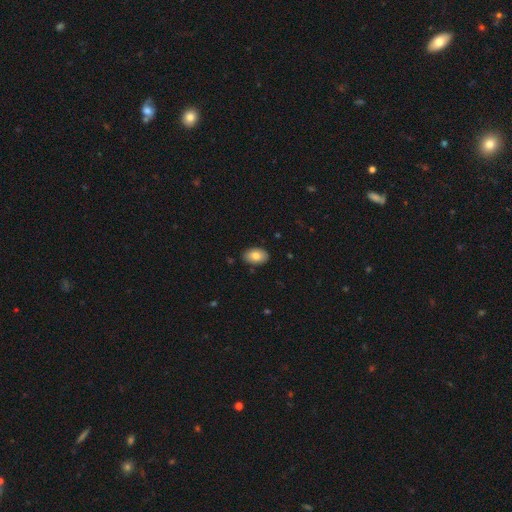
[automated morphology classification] This is clearly a smooth galaxy (82%). How rounded: clearly in between (90%). Merging: clearly none (87%).